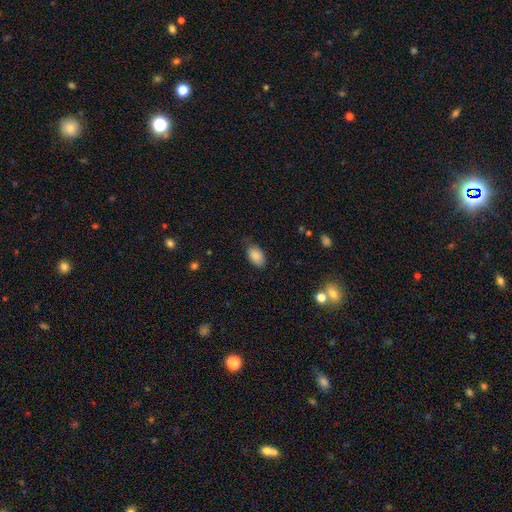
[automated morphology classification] smooth_or_featured: smooth (p=0.86) [alt: star or artifact p=0.07]
how_rounded: in between (p=0.93) [alt: round p=0.06]
merging: none (p=0.70) [alt: minor disturbance p=0.23]